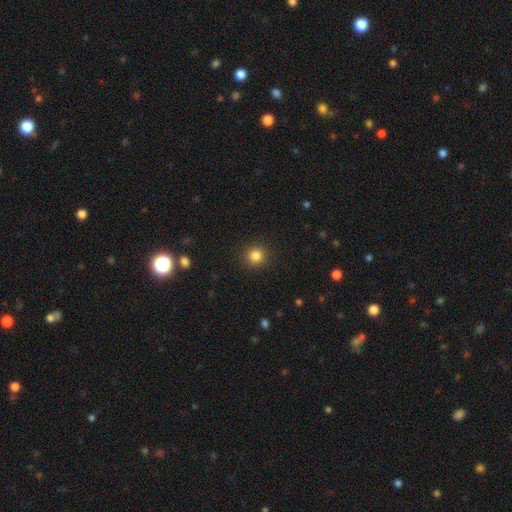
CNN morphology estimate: A smooth galaxy with no disk features (83%) that is round (91%). Merging: none (91%).